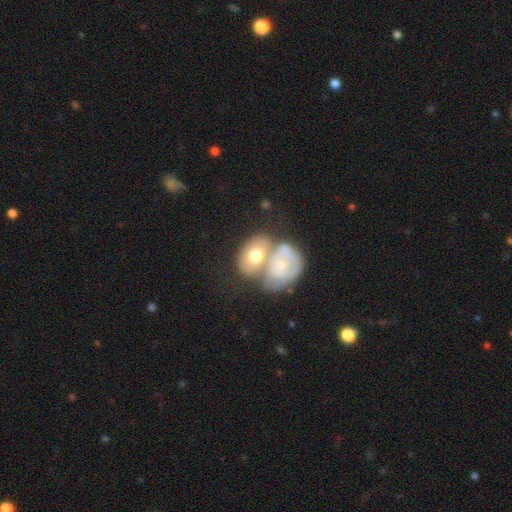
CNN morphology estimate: A smooth galaxy with no disk features (55%) that is in between round and cigar-shaped (68%). Merging: merger (60%).